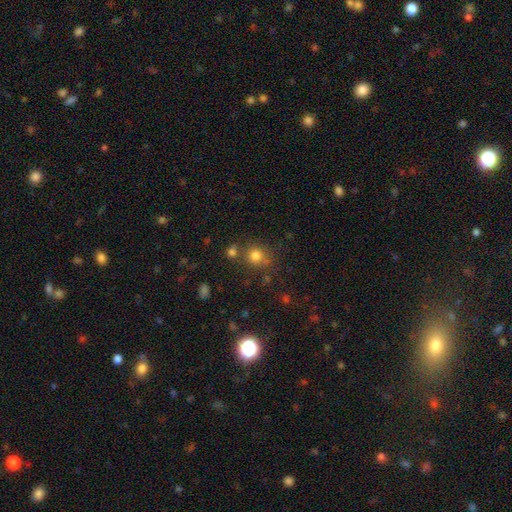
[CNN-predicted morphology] smooth_or_featured: smooth (p=0.79) [alt: star or artifact p=0.14]
how_rounded: round (p=0.86) [alt: in between p=0.13]
merging: none (p=0.69) [alt: merger p=0.14]